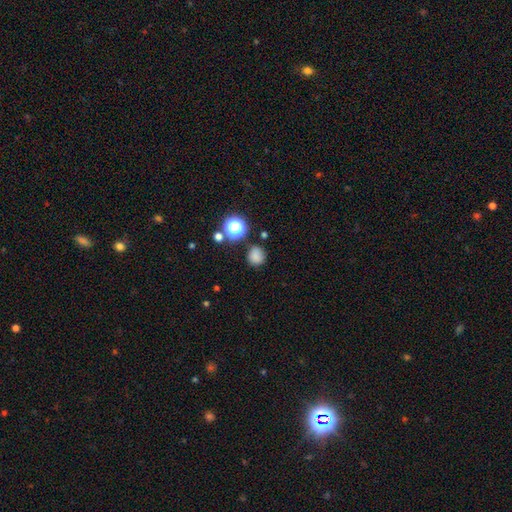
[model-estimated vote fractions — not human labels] smooth_or_featured: smooth (p=0.78) [alt: star or artifact p=0.16]
how_rounded: round (p=0.84) [alt: in between p=0.15]
merging: none (p=0.78) [alt: minor disturbance p=0.13]